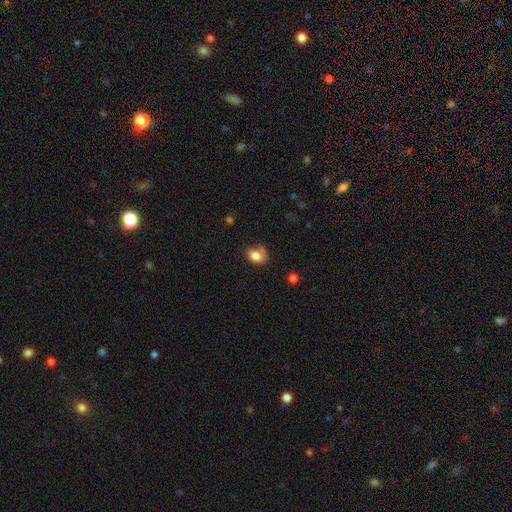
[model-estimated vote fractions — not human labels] A smooth galaxy with no disk features (79%) that is in between round and cigar-shaped (69%).

Vote fractions:
- Smooth or featured? smooth: 79% / featured or disk: 12% / star or artifact: 9%
- How rounded? in between: 69% / round: 29% / cigar-shaped: 1%
- Merging? none: 52% / minor disturbance: 28% / major disturbance: 14% / merger: 5%